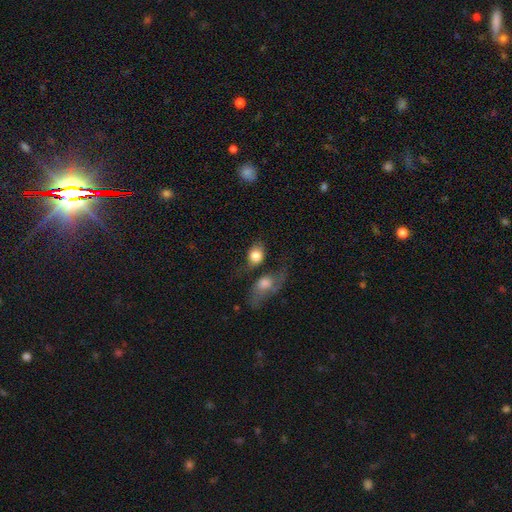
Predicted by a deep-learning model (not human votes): A smooth galaxy with no disk features (76%) that is in between round and cigar-shaped (55%). Merging: merger (38%).